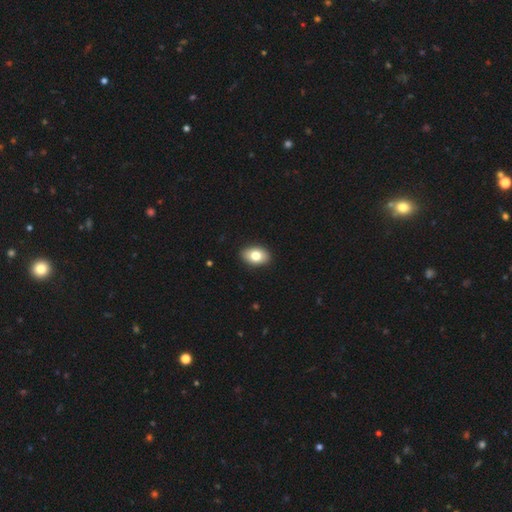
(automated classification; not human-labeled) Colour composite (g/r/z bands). It shows a smooth galaxy with no disk features (79%) that is in between round and cigar-shaped (85%). Merging: none (91%).